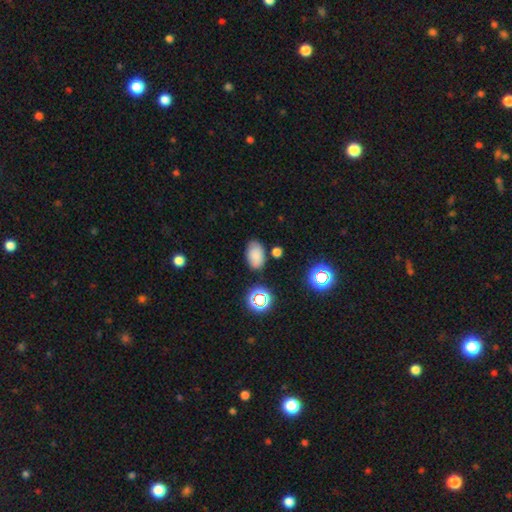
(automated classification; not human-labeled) Smooth or featured? Predicted: smooth (p=0.79). How rounded? Predicted: in between (p=0.89). Merging? Predicted: none (p=0.76).